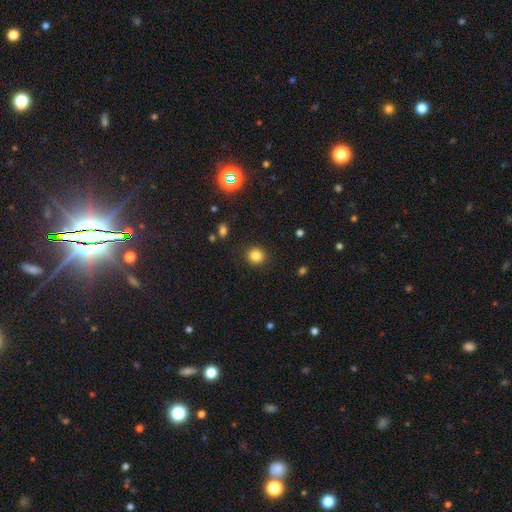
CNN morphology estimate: Smooth or featured?
  - smooth: 82% *
  - star or artifact: 13%
  - featured or disk: 5%
How rounded?
  - round: 88% *
  - in between: 11%
  - cigar-shaped: 1%
Merging?
  - none: 90% *
  - minor disturbance: 6%
  - major disturbance: 2%
  - merger: 1%